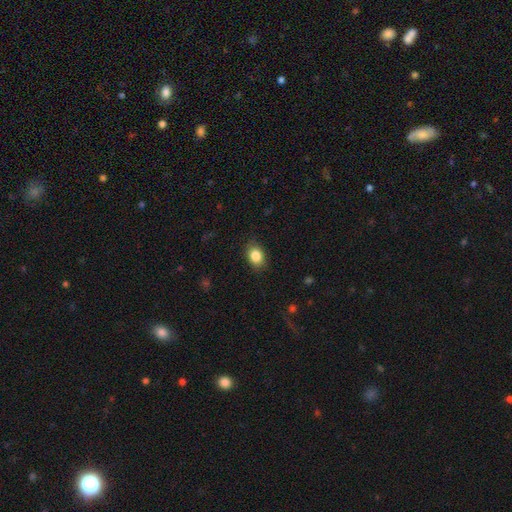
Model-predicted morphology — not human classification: Smooth or featured? smooth (85%)
How rounded? in between (71%)
Merging? none (84%)